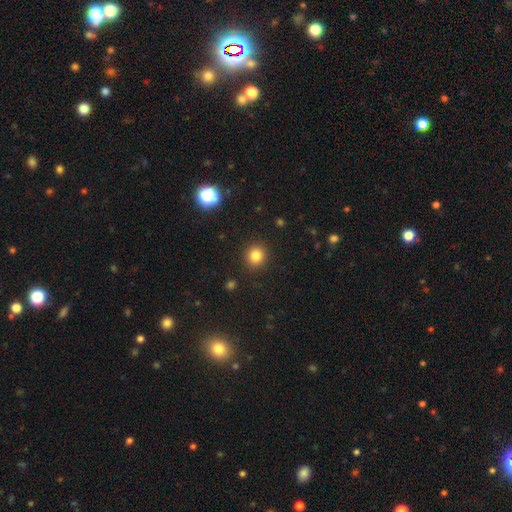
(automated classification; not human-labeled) Smooth or featured? Predicted: smooth (p=0.82). How rounded? Predicted: round (p=0.89). Merging? Predicted: none (p=0.90).